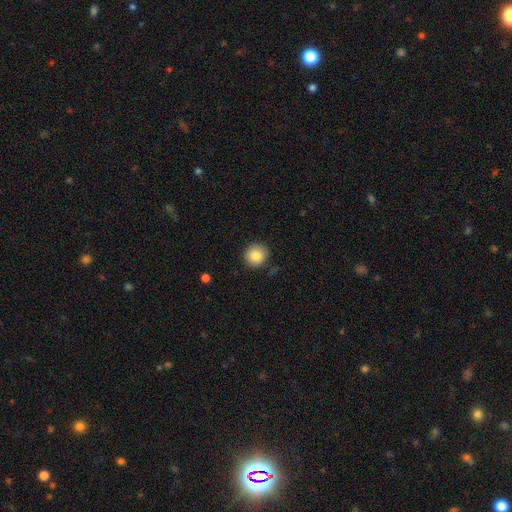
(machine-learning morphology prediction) Smooth or featured: smooth — 85% (star or artifact — 9%)
How rounded: round — 92% (in between — 8%)
Merging: none — 87% (minor disturbance — 9%)